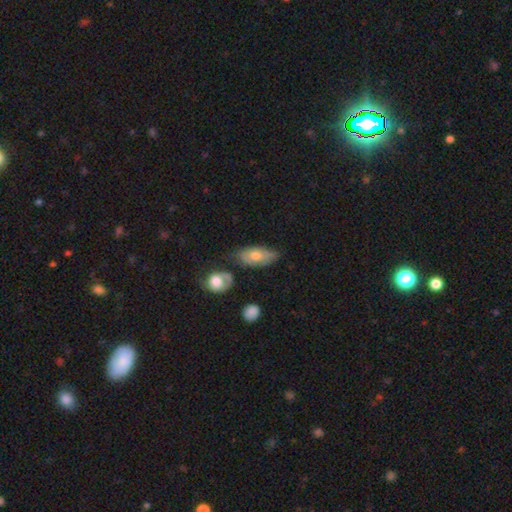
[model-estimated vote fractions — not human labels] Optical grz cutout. It shows a smooth galaxy with no disk features (59%) that is in between round and cigar-shaped (84%). Merging: none (54%).